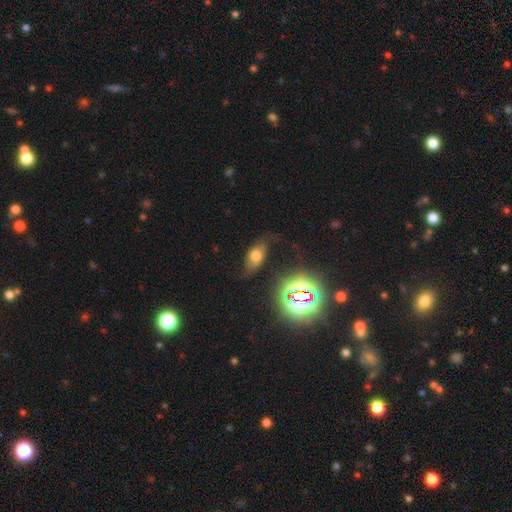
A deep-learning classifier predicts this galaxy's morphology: type=smooth (52%); roundness=in between (85%); merging=none (58%).